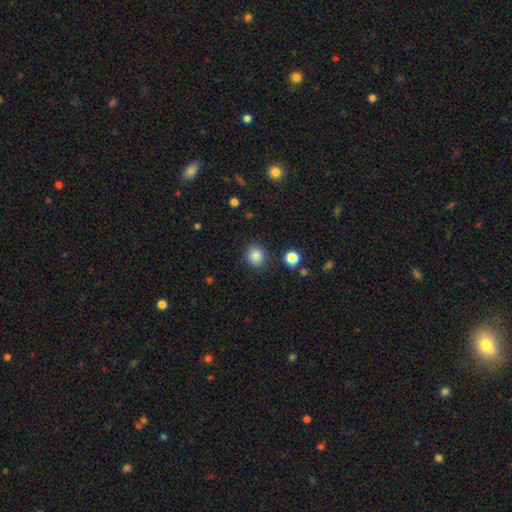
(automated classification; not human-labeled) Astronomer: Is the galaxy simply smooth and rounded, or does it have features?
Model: smooth — 85%.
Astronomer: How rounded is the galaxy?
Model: round — 84%.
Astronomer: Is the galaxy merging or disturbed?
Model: none — 85%.